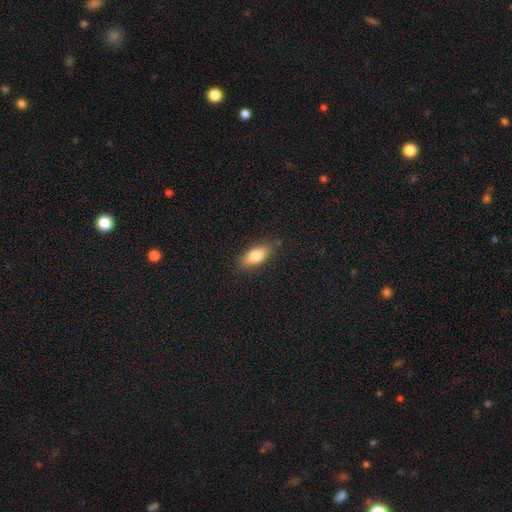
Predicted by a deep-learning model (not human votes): smooth-or-featured: smooth: 81% | featured or disk: 12% | star or artifact: 7%
  how-rounded: in between: 82% | cigar-shaped: 15% | round: 3%
  merging: none: 83% | minor disturbance: 13% | major disturbance: 3% | merger: 1%